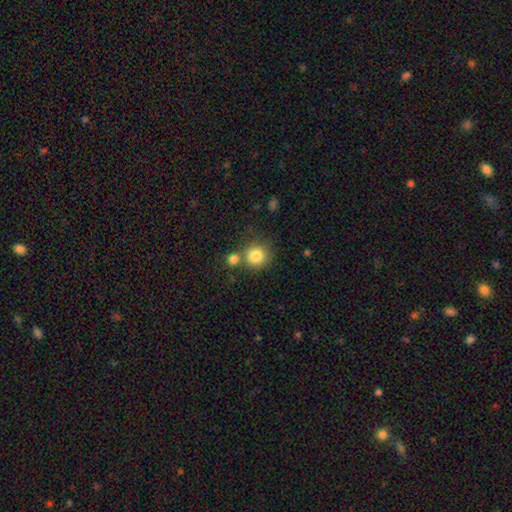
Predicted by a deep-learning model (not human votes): smooth_or_featured: smooth (p=0.82) [alt: star or artifact p=0.10]
how_rounded: round (p=0.92) [alt: in between p=0.07]
merging: none (p=0.67) [alt: merger p=0.20]